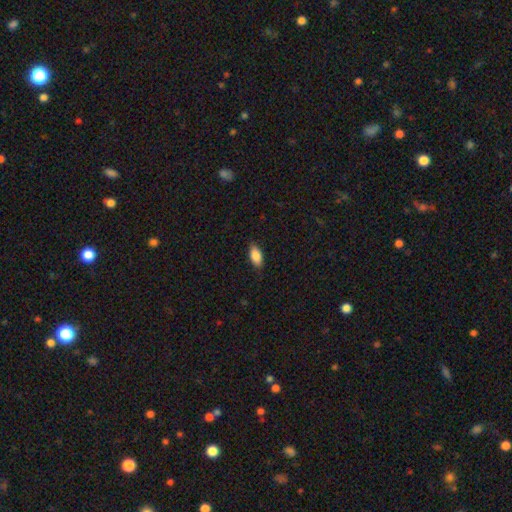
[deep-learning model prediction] smooth 87%, star or artifact 7%, featured or disk 6%. Down the decision tree: how rounded — in between (92%); merging — none (84%).